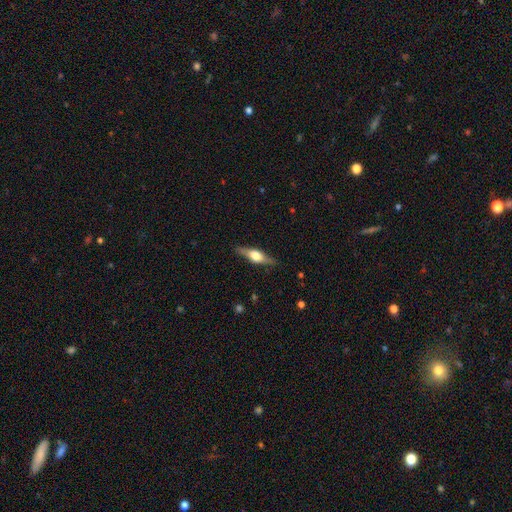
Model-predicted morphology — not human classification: Smooth or featured?
  - featured or disk: 65% *
  - smooth: 29%
  - star or artifact: 6%
Edge-on disk?
  - yes: 95% *
  - no: 5%
Edge-on bulge?
  - rounded: 91% *
  - boxy: 7%
  - none: 2%
Merging?
  - none: 87% *
  - minor disturbance: 10%
  - major disturbance: 2%
  - merger: 1%